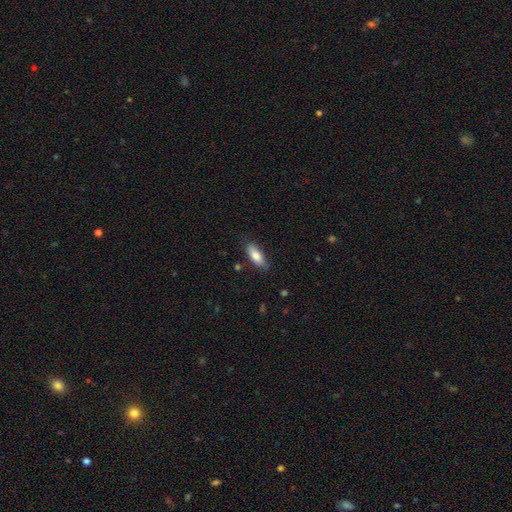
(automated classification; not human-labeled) Smooth or featured: smooth — 81% (featured or disk — 12%)
How rounded: in between — 76% (cigar-shaped — 22%)
Merging: none — 78% (minor disturbance — 17%)